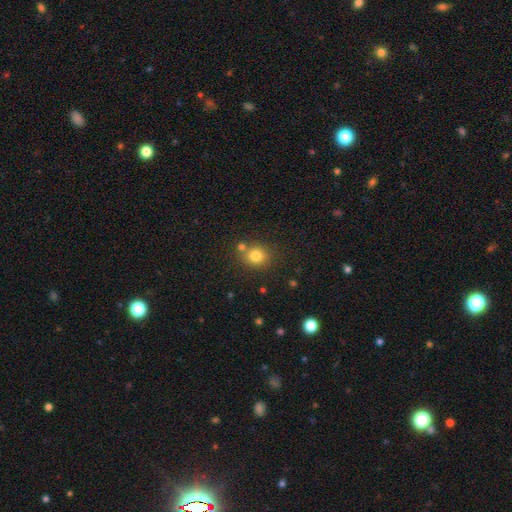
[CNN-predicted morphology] Smooth or featured?
  - smooth: 80% *
  - star or artifact: 13%
  - featured or disk: 7%
How rounded?
  - round: 80% *
  - in between: 19%
  - cigar-shaped: 1%
Merging?
  - none: 72% *
  - merger: 16%
  - minor disturbance: 10%
  - major disturbance: 3%